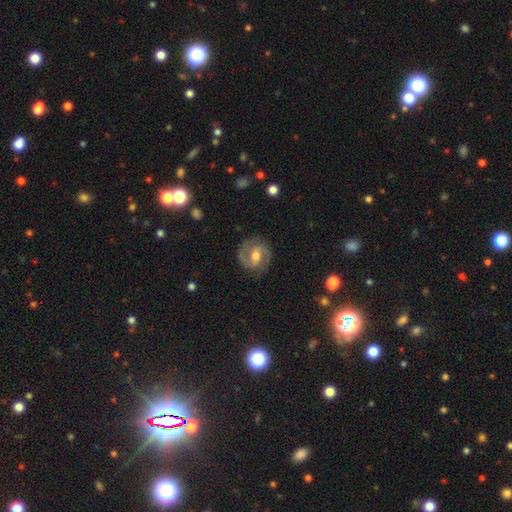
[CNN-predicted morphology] featured or disk 83%, smooth 12%, star or artifact 5%. Down the decision tree: edge-on disk — no (97%); bar — weak (50%); spiral arms — yes (94%); spiral arm count — 2 (90%); spiral winding — medium (52%); bulge size — moderate (69%); merging — none (82%).